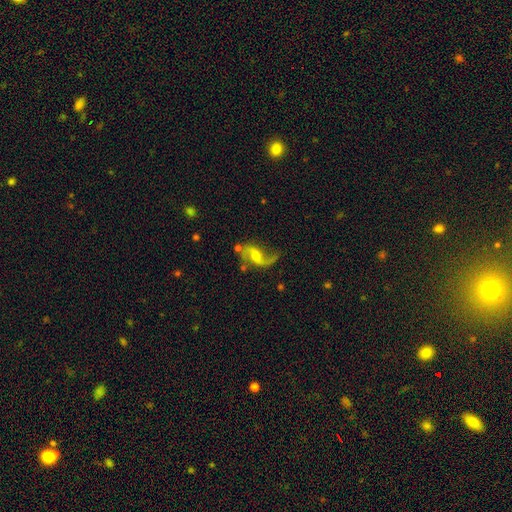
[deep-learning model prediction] smooth-or-featured: featured or disk: 85% | smooth: 9% | star or artifact: 6%
  disk-edge-on: no: 97% | yes: 3%
    bar: weak: 43% | no: 40% | strong: 17%
    has-spiral-arms: yes: 95% | no: 5%
      spiral-winding: loose: 80% | medium: 16% | tight: 3%
      spiral-arm-count: 2: 85% | 1: 10% | can't tell: 2% | 3: 1% | 4: 1% | more than 4: 1%
    bulge-size: moderate: 60% | small: 31% | large: 5% | none: 3% | dominant: 1%
  merging: none: 61% | minor disturbance: 19% | major disturbance: 14% | merger: 6%